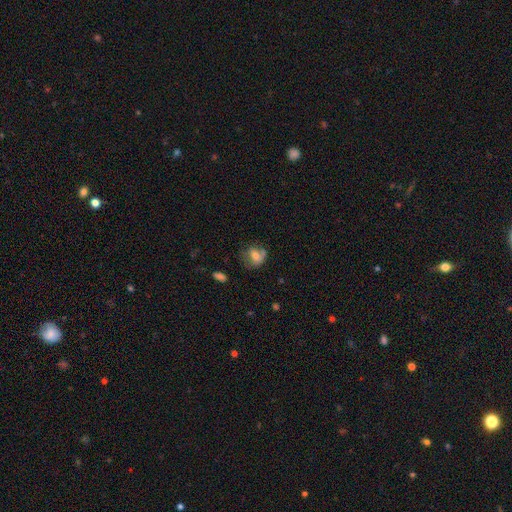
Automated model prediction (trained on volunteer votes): This appears to be a smooth galaxy with no disk features (58%) that is round (53%). Merging: none (47%).